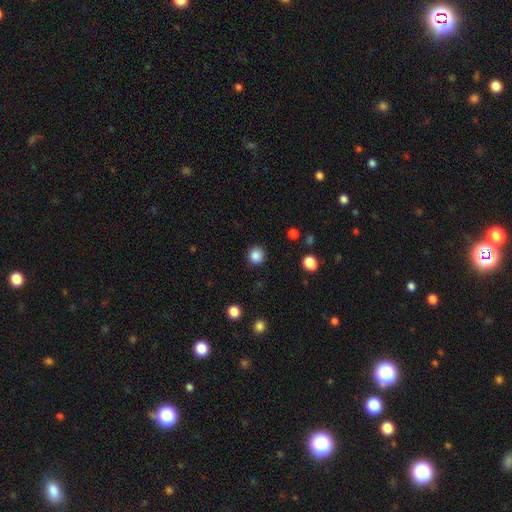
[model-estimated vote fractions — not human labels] A smooth galaxy with no disk features (86%) that is round (92%).

Vote fractions:
- Smooth or featured? smooth: 86% / star or artifact: 11% / featured or disk: 3%
- How rounded? round: 92% / in between: 7% / cigar-shaped: 1%
- Merging? none: 91% / minor disturbance: 6% / major disturbance: 2% / merger: 1%